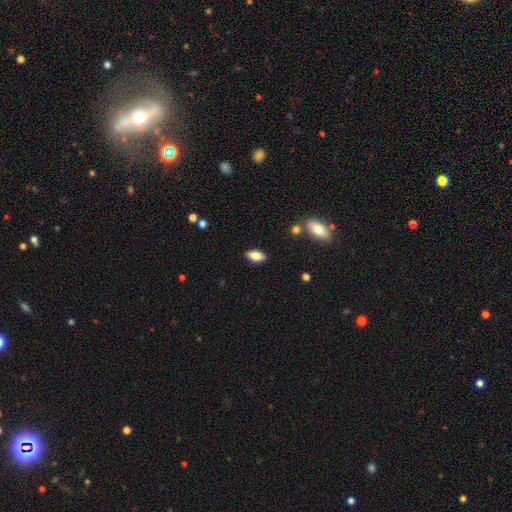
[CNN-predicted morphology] Smooth or featured? Predicted: smooth (p=0.76). How rounded? Predicted: in between (p=0.89). Merging? Predicted: none (p=0.86).